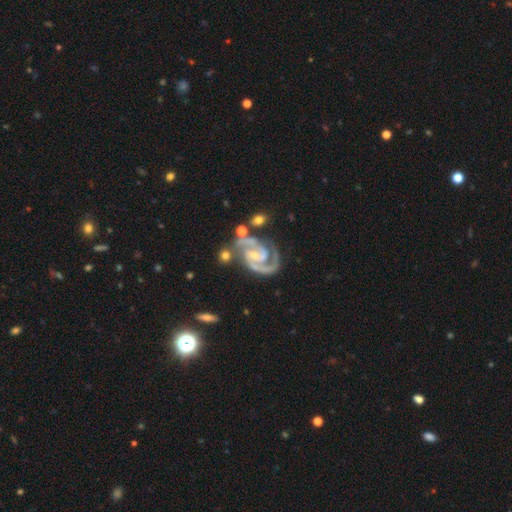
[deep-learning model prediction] This is clearly a featured or disk galaxy (94%). It is clearly not viewed edge-on (98%). Bar: marginally weak (43%). Spiral arm pattern: clearly yes (99%). Spiral arm count: clearly 2 (89%). Spiral winding: possibly medium (50%). Central bulge: likely small (64%). Merging: likely none (65%).